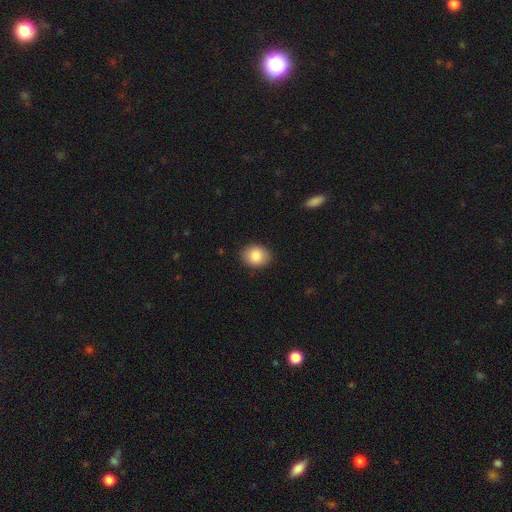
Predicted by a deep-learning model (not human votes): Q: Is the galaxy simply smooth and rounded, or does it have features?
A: smooth — 86%.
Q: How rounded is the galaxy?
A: in between — 53%.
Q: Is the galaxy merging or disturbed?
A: none — 88%.